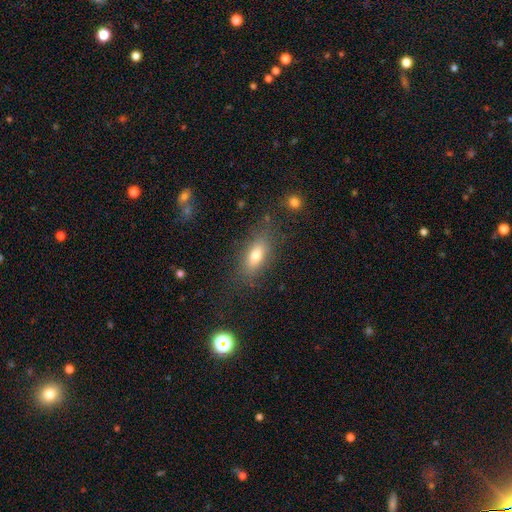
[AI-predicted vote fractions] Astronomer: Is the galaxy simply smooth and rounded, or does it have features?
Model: smooth — 74%.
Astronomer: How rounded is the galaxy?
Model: in between — 76%.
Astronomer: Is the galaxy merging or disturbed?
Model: none — 79%.